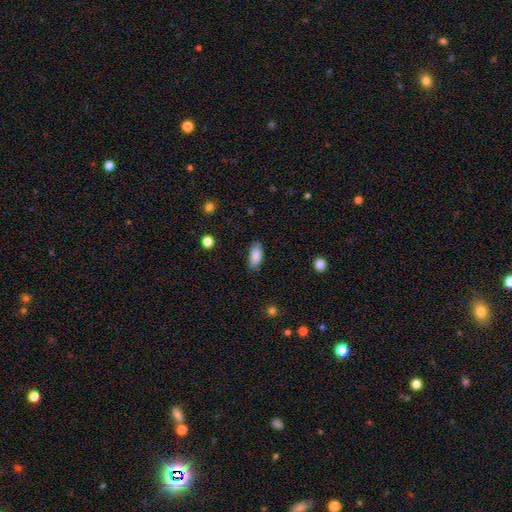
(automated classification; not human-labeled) Q: Smooth or featured?
A: smooth (88%); runner-up: star or artifact (7%)
Q: How rounded?
A: in between (90%); runner-up: cigar-shaped (7%)
Q: Merging?
A: none (80%); runner-up: minor disturbance (15%)